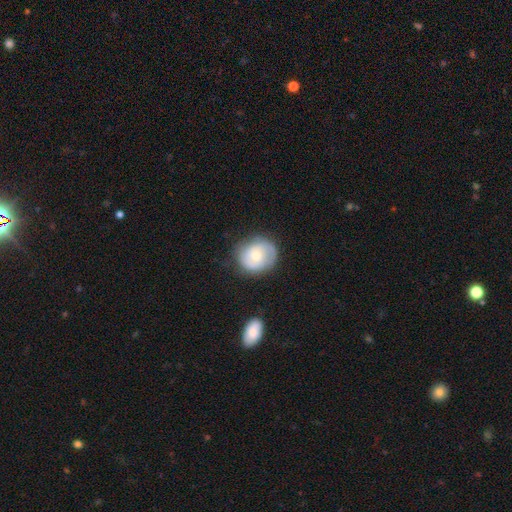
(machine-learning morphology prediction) Overall: featured or disk (47%, tied with smooth). Merging: none (73%).